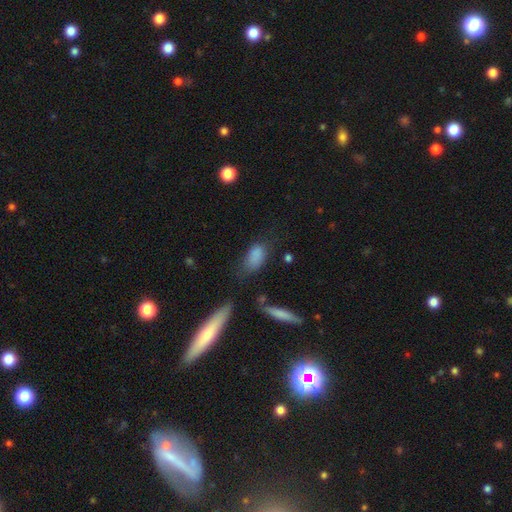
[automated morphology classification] Q: Smooth or featured?
A: smooth (82%); runner-up: star or artifact (10%)
Q: How rounded?
A: in between (88%); runner-up: cigar-shaped (6%)
Q: Merging?
A: none (53%); runner-up: minor disturbance (27%)